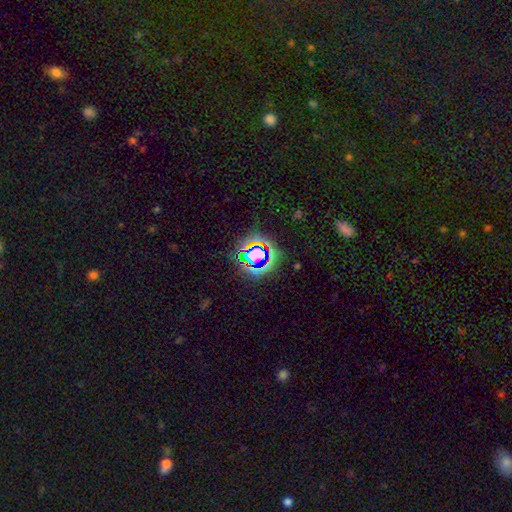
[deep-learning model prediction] This appears to be a star or artifact, not a galaxy (62%).